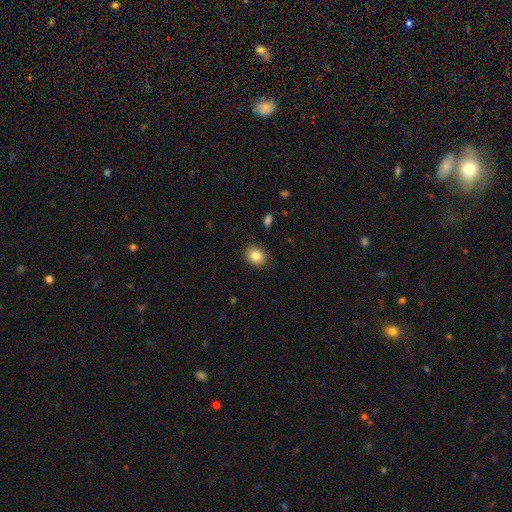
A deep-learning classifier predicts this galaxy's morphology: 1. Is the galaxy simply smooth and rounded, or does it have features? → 83% smooth, 9% star or artifact, 8% featured or disk.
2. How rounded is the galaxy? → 56% round, 44% in between, 1% cigar-shaped.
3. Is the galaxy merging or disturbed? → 90% none, 7% minor disturbance, 2% major disturbance, 1% merger.